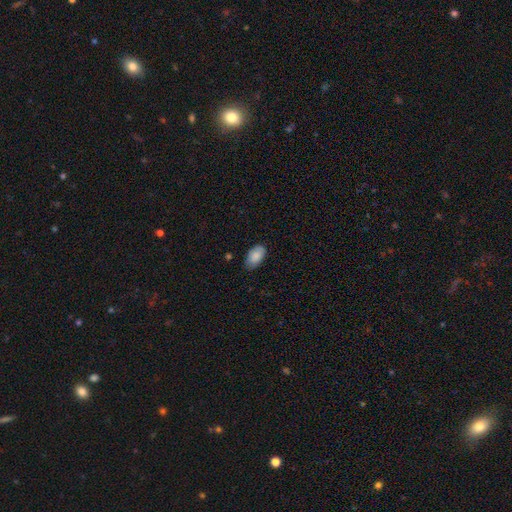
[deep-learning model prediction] smooth-or-featured: smooth: 86% | featured or disk: 8% | star or artifact: 6%
  how-rounded: in between: 94% | round: 4% | cigar-shaped: 1%
  merging: none: 76% | minor disturbance: 20% | major disturbance: 3% | merger: 1%